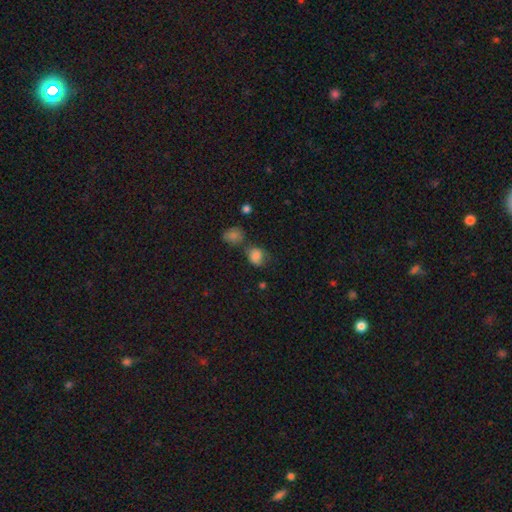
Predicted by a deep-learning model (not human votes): Q: Smooth or featured?
A: smooth (81%); runner-up: star or artifact (12%)
Q: How rounded?
A: round (57%); runner-up: in between (42%)
Q: Merging?
A: none (50%); runner-up: minor disturbance (25%)